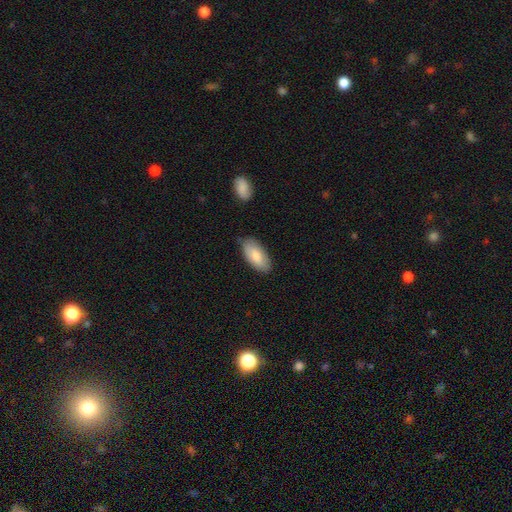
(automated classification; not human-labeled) smooth 81%, featured or disk 14%, star or artifact 6%. Down the decision tree: how rounded — in between (91%); merging — none (79%).